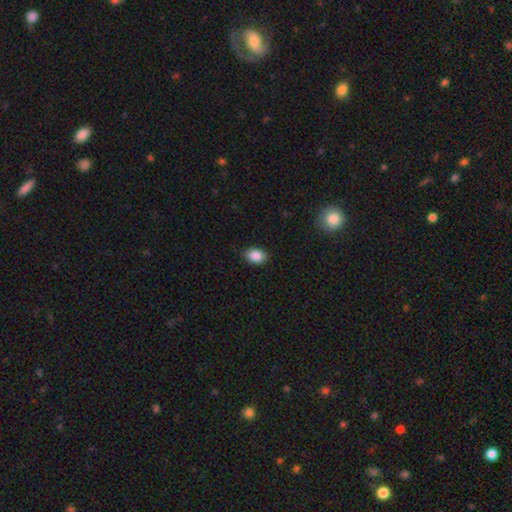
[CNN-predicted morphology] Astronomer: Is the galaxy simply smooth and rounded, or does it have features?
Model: smooth — 88%.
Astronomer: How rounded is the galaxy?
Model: in between — 84%.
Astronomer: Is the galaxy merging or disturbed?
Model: none — 85%.